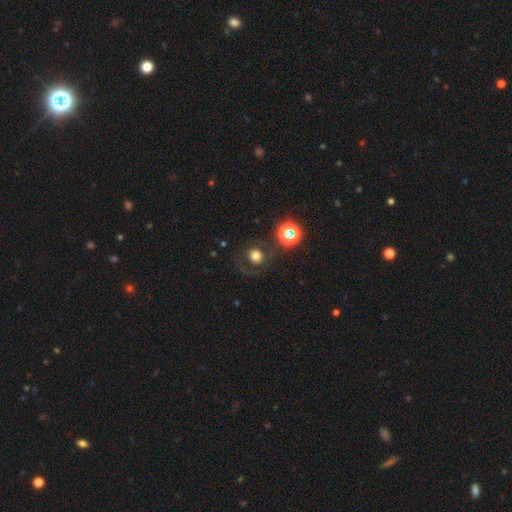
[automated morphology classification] type=smooth (63%); roundness=round (86%); merging=none (67%).